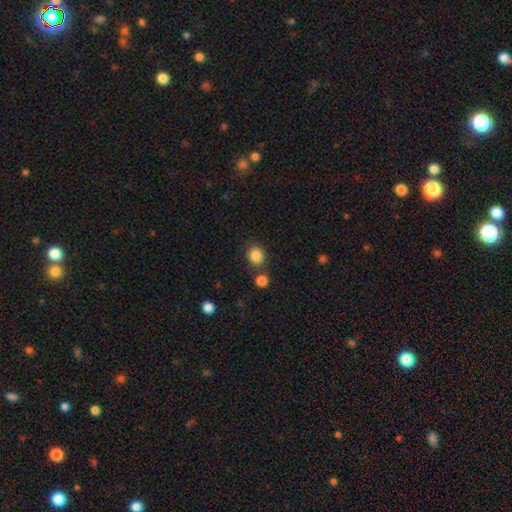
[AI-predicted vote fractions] Smooth or featured? Predicted: smooth (p=0.86). How rounded? Predicted: round (p=0.75). Merging? Predicted: none (p=0.77).